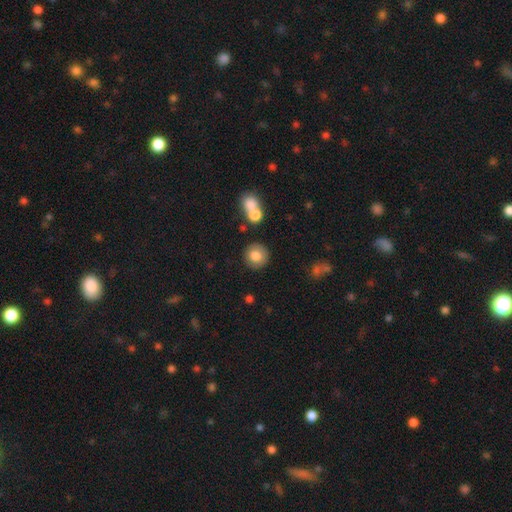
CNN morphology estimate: The model was most divided on "smooth or featured": smooth: 79%, featured or disk: 13%, star or artifact: 8%. More confident: how rounded — round (91%); merging — none (84%).